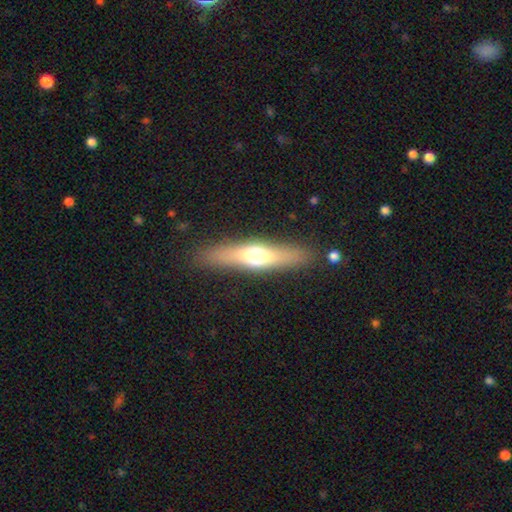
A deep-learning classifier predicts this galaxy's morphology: type=smooth (49%); merging=none (86%).